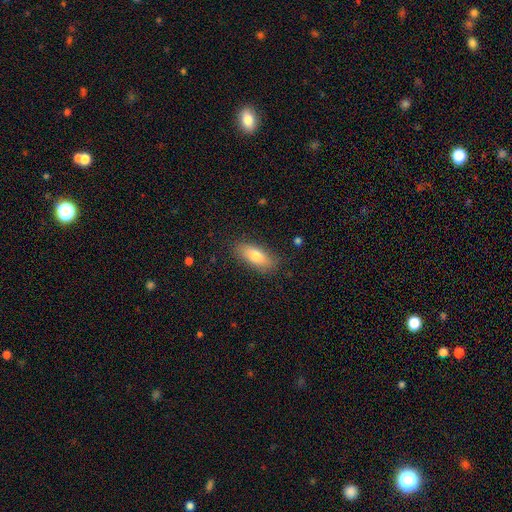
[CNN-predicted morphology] smooth 77%, featured or disk 16%, star or artifact 7%. Down the decision tree: how rounded — in between (76%); merging — none (84%).